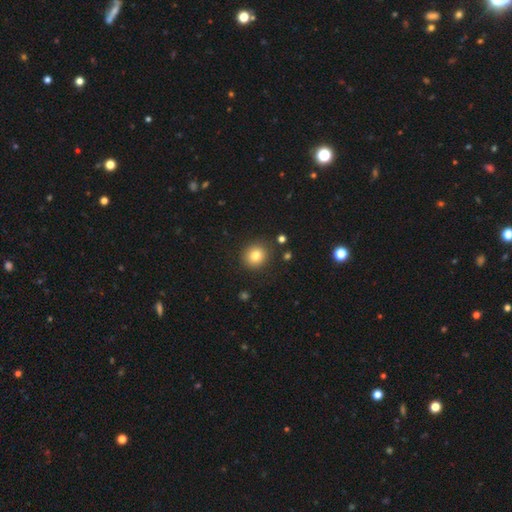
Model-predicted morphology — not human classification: Smooth or featured? Predicted: smooth (p=0.81). How rounded? Predicted: round (p=0.86). Merging? Predicted: none (p=0.88).